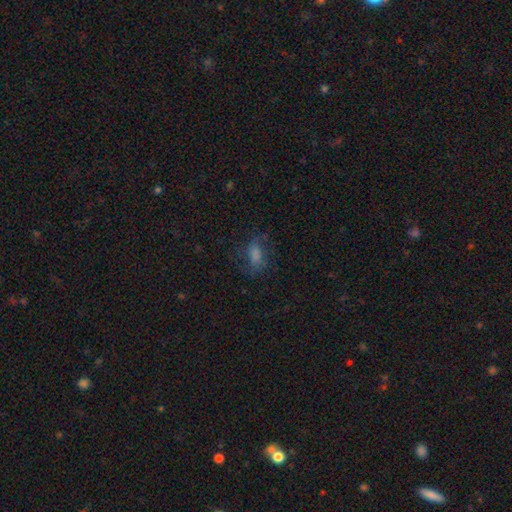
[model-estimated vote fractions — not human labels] Morphology: type=smooth (59%); roundness=in between (79%); merging=none (62%).